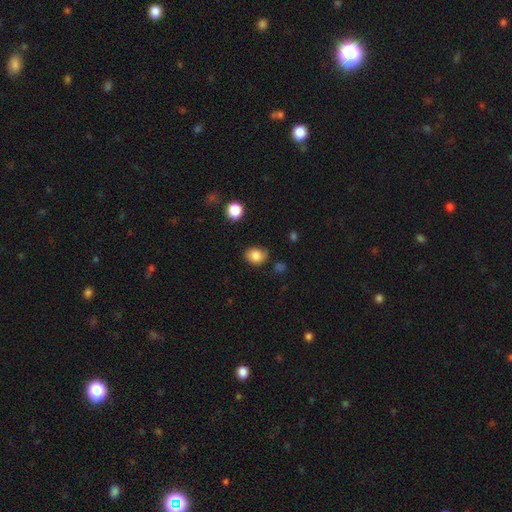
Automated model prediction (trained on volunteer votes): smooth 84%, star or artifact 10%, featured or disk 6%. Down the decision tree: how rounded — round (52%); merging — none (75%).